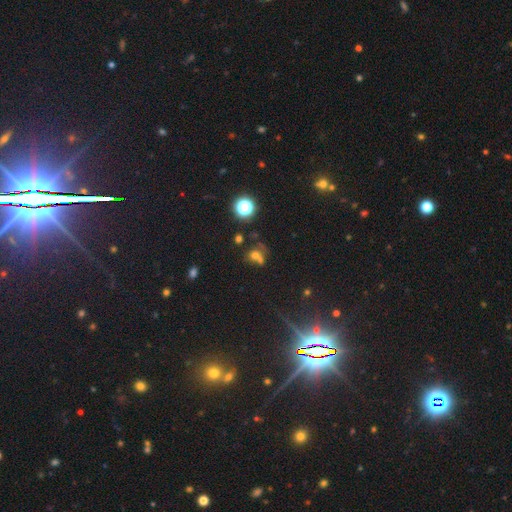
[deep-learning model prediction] Q: Smooth or featured?
A: smooth (55%); runner-up: star or artifact (28%)
Q: How rounded?
A: round (71%); runner-up: in between (28%)
Q: Merging?
A: merger (45%); runner-up: none (36%)